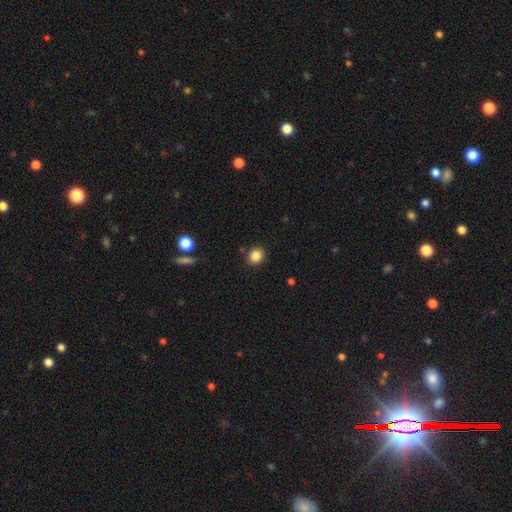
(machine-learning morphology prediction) This is clearly a smooth galaxy (85%). How rounded: likely round (78%). Merging: clearly none (87%).